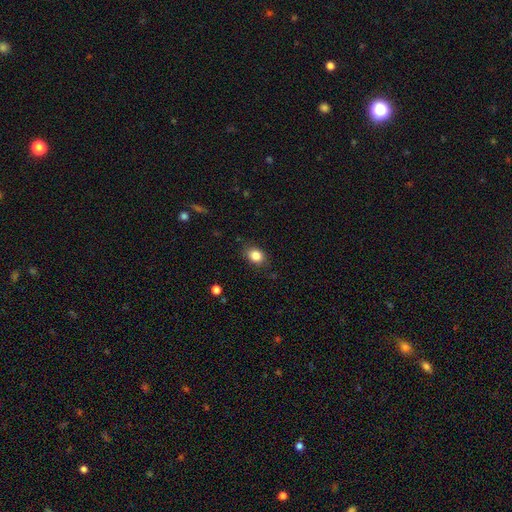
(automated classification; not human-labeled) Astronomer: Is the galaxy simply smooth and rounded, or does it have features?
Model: smooth — 85%.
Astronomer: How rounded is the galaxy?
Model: in between — 62% (runner-up: round, 37%).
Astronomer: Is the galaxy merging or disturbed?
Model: none — 83%.